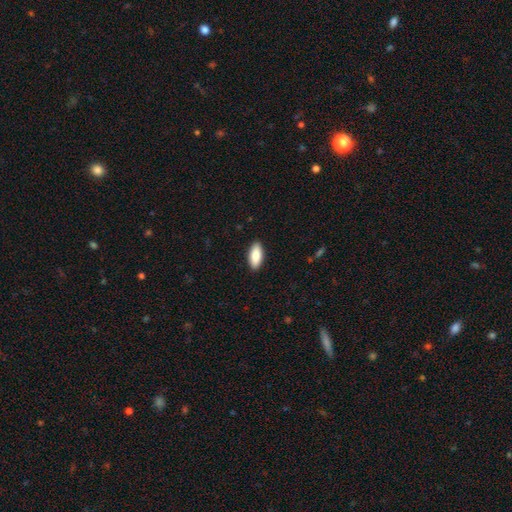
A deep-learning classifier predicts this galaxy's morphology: smooth-or-featured: smooth: 87% | featured or disk: 7% | star or artifact: 6%
  how-rounded: in between: 86% | cigar-shaped: 12% | round: 2%
  merging: none: 90% | minor disturbance: 7% | major disturbance: 2% | merger: 1%